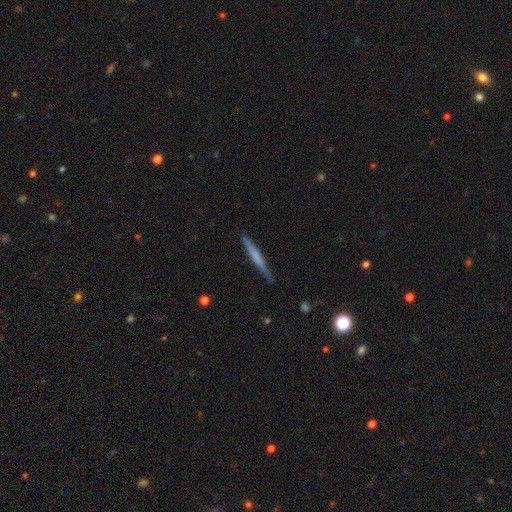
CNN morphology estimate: The model was most divided on "smooth or featured": smooth: 49%, featured or disk: 45%, star or artifact: 6%. More confident: merging — none (84%).